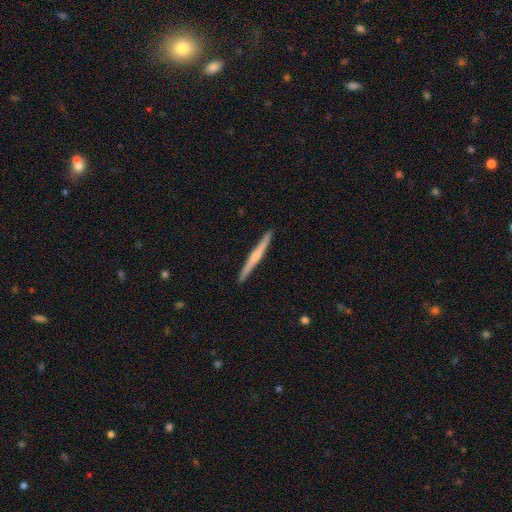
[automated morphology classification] smooth_or_featured: featured or disk (p=0.58) [alt: smooth p=0.37]
disk_edge_on: yes (p=0.98) [alt: no p=0.02]
edge_on_bulge: rounded (p=0.49) [alt: none p=0.39]
merging: none (p=0.92) [alt: minor disturbance p=0.05]